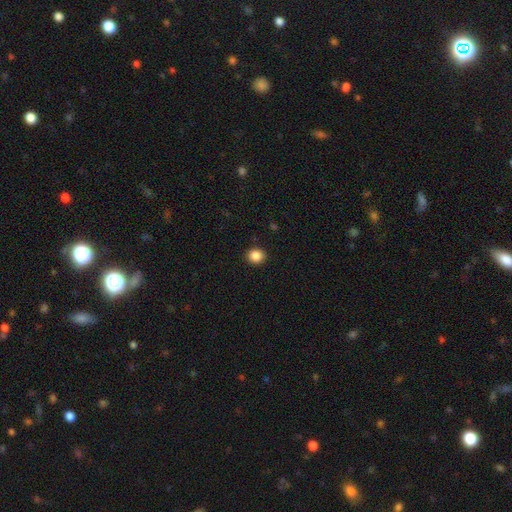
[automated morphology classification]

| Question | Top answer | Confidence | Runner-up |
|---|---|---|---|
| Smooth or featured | smooth | 86% | star or artifact (10%) |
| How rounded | round | 82% | in between (17%) |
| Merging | none | 91% | minor disturbance (6%) |